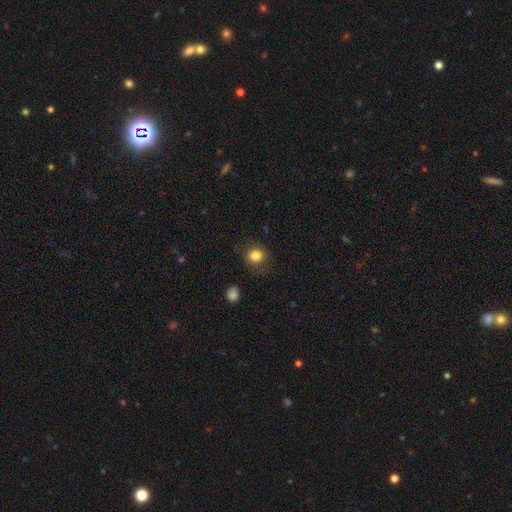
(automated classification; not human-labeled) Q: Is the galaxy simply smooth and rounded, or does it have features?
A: smooth — 83%.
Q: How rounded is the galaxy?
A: round — 74%.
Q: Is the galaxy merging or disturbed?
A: none — 78%.